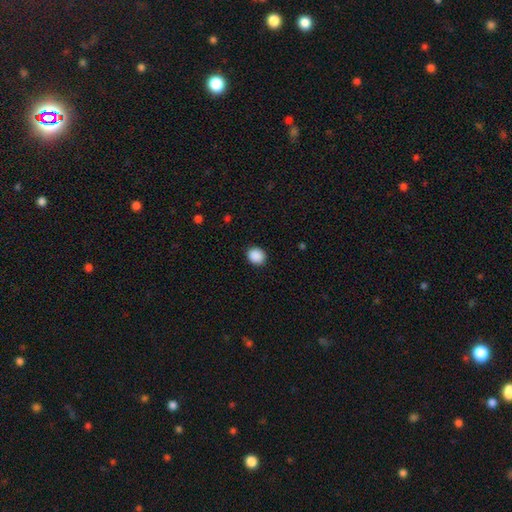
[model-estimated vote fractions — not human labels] smooth-or-featured: smooth: 90% | star or artifact: 8% | featured or disk: 2%
  how-rounded: round: 67% | in between: 32% | cigar-shaped: 1%
  merging: none: 90% | minor disturbance: 7% | major disturbance: 2% | merger: 1%